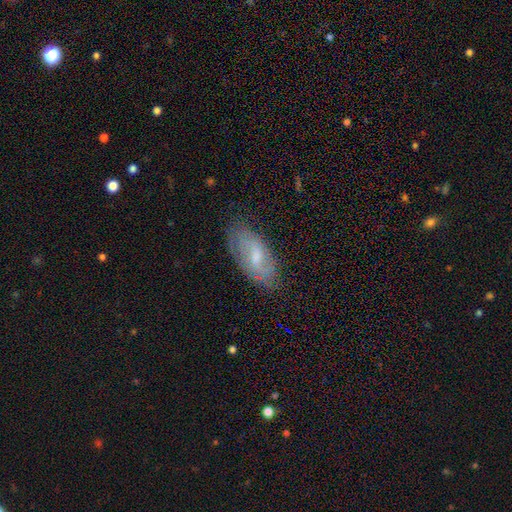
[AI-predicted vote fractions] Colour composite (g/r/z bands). It shows a featured or disk galaxy (54%). Merging: none (72%).